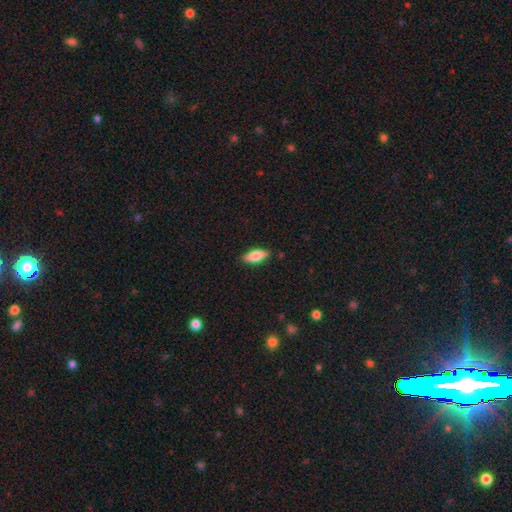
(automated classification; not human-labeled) Q: Smooth or featured?
A: smooth (75%); runner-up: featured or disk (18%)
Q: How rounded?
A: in between (77%); runner-up: cigar-shaped (21%)
Q: Merging?
A: none (86%); runner-up: minor disturbance (10%)